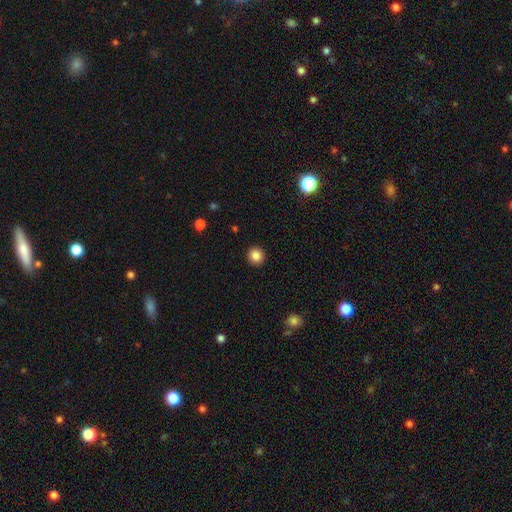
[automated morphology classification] A smooth galaxy with no disk features (85%) that is round (94%).

Vote fractions:
- Smooth or featured? smooth: 85% / star or artifact: 11% / featured or disk: 4%
- How rounded? round: 94% / in between: 5% / cigar-shaped: 1%
- Merging? none: 93% / minor disturbance: 4% / major disturbance: 2% / merger: 1%